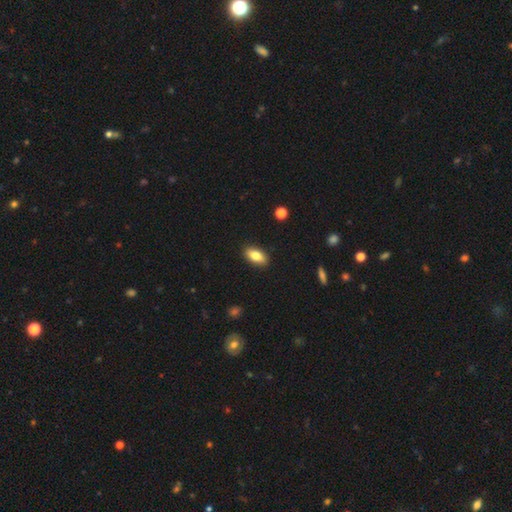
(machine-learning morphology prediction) Smooth or featured?
  - smooth: 80% *
  - featured or disk: 13%
  - star or artifact: 7%
How rounded?
  - in between: 87% *
  - cigar-shaped: 9%
  - round: 4%
Merging?
  - none: 89% *
  - minor disturbance: 8%
  - major disturbance: 2%
  - merger: 1%